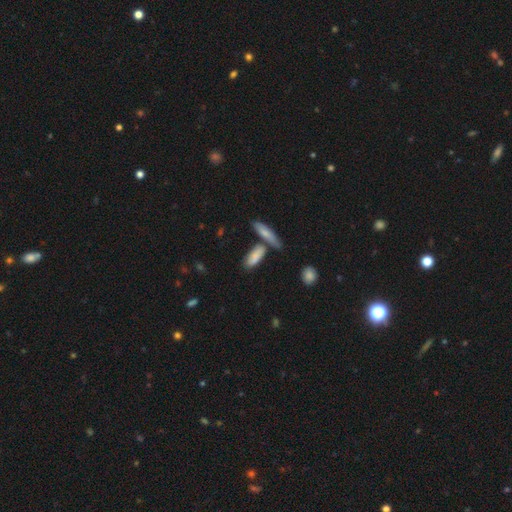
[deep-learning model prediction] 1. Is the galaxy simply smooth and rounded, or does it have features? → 80% smooth, 14% featured or disk, 6% star or artifact.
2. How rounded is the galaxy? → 69% in between, 28% cigar-shaped, 2% round.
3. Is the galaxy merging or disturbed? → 54% none, 26% merger, 15% minor disturbance, 5% major disturbance.